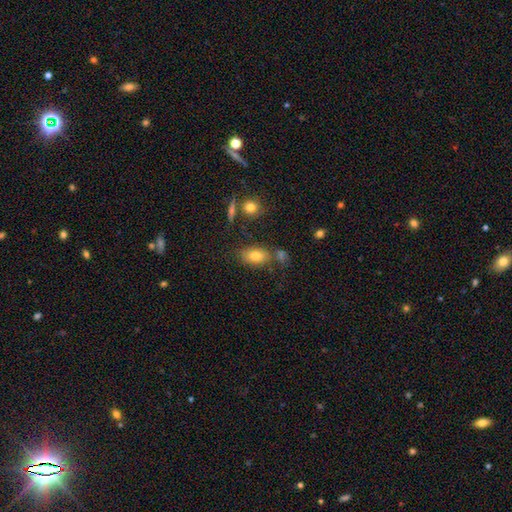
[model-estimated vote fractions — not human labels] smooth 79%, featured or disk 12%, star or artifact 10%. Down the decision tree: how rounded — in between (88%); merging — none (67%).